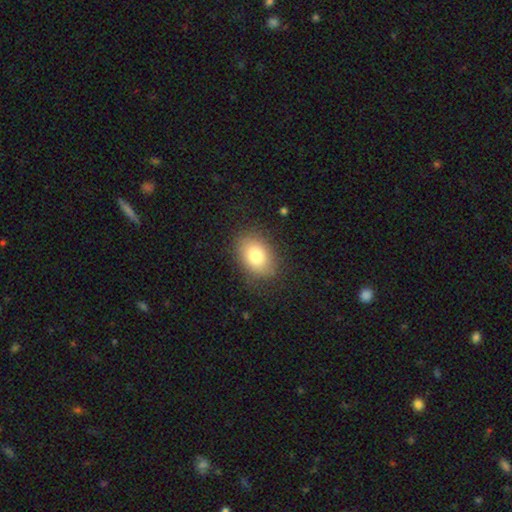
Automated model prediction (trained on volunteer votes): The model was most divided on "how rounded": in between: 82%, round: 17%, cigar-shaped: 1%. More confident: smooth or featured — smooth (82%); merging — none (81%).